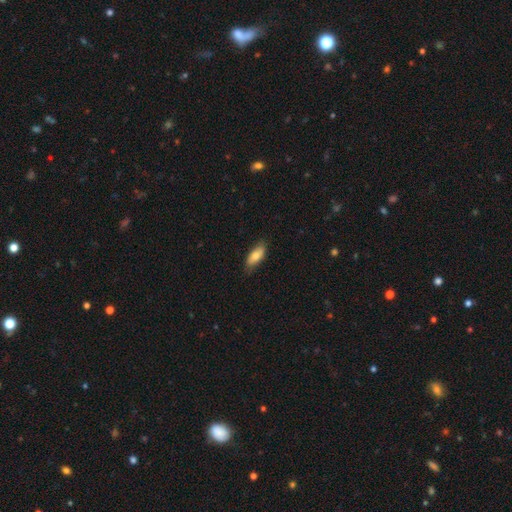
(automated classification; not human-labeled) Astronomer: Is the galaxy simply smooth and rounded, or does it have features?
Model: smooth — 77%.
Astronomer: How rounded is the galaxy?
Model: in between — 77%.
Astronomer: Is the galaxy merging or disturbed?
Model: none — 78%.